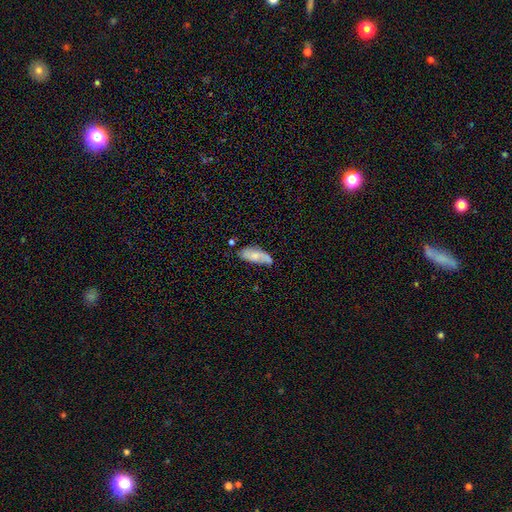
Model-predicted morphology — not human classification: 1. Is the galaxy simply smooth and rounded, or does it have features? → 60% smooth, 33% featured or disk, 7% star or artifact.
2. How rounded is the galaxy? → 78% in between, 19% cigar-shaped, 2% round.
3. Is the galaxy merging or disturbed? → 53% none, 32% minor disturbance, 8% major disturbance, 6% merger.